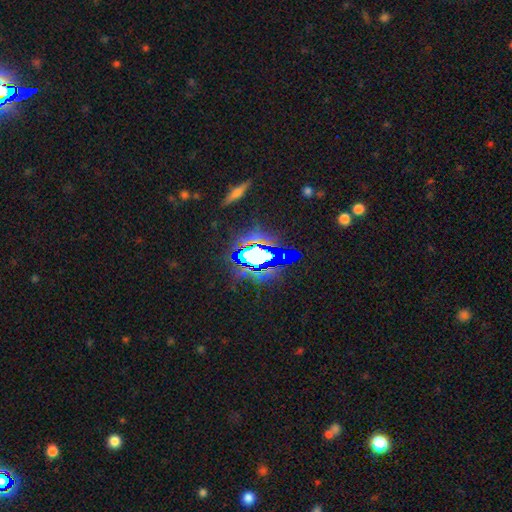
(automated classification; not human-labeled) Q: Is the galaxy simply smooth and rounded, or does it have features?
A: star or artifact — 64%.